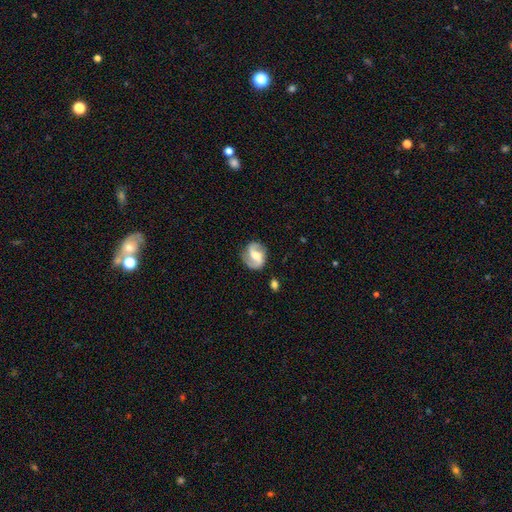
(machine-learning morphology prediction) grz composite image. It shows a featured or disk galaxy (79%) with a weak bar (45%), 2 (88%) medium (44%) spiral arms (94%) and a moderate central bulge (57%). Merging: none (78%).